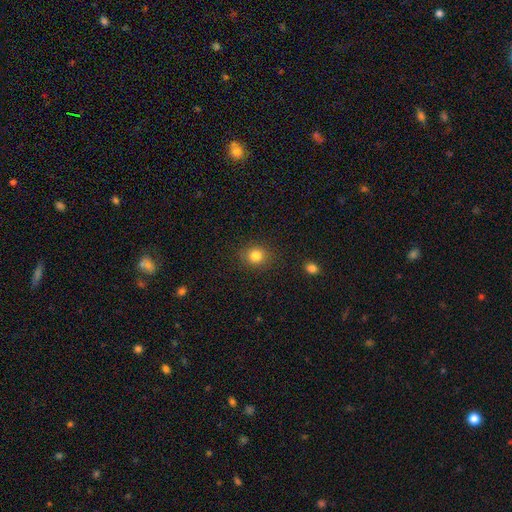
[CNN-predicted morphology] Smooth or featured: smooth — 82% (star or artifact — 11%)
How rounded: round — 77% (in between — 22%)
Merging: none — 87% (minor disturbance — 9%)